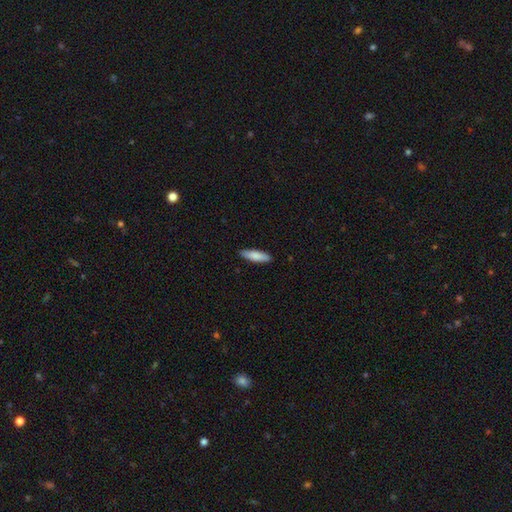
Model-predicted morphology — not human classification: Smooth or featured: smooth — 82% (featured or disk — 12%)
How rounded: cigar-shaped — 64% (in between — 35%)
Merging: none — 90% (minor disturbance — 8%)